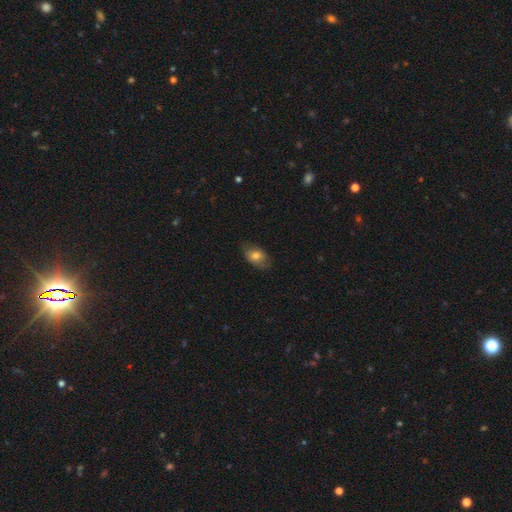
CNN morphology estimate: Smooth or featured? smooth (71%)
How rounded? in between (82%)
Merging? none (72%)